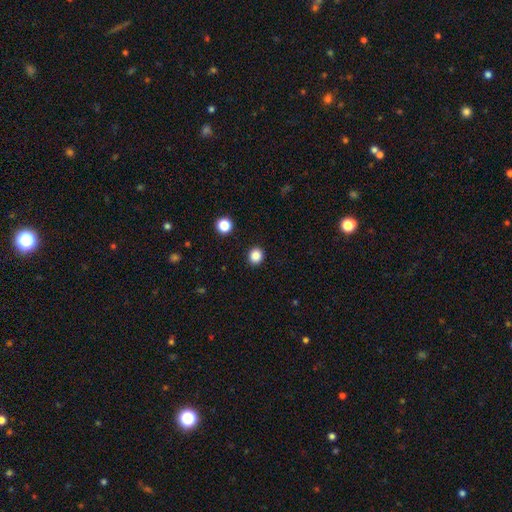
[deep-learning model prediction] Overall: smooth (86%). How rounded: round (84%). Merging: none (91%).